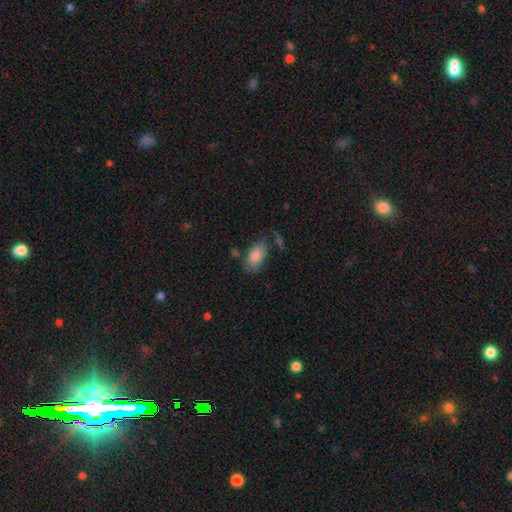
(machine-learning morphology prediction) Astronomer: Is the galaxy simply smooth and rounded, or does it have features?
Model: smooth — 86%.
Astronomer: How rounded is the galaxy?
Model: in between — 93%.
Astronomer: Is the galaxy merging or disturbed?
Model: none — 64%.